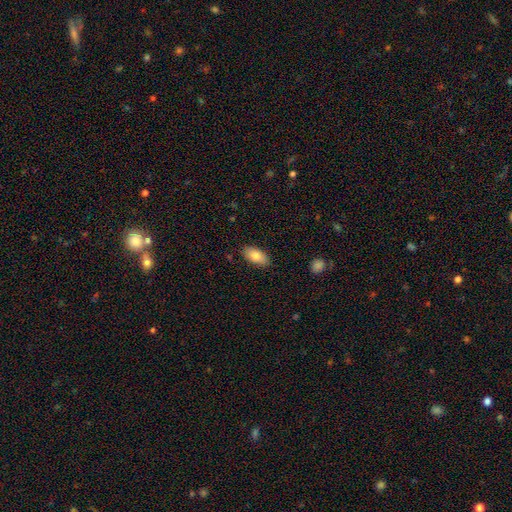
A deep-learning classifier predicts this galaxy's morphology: type=smooth (82%); roundness=in between (92%); merging=none (87%).